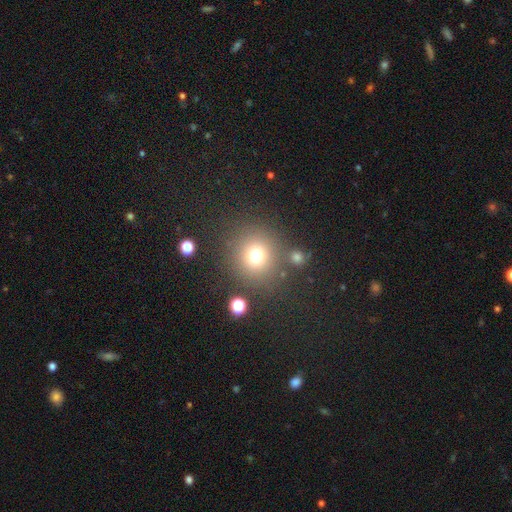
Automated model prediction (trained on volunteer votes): Morphology: type=smooth (73%); roundness=round (90%); merging=none (78%).